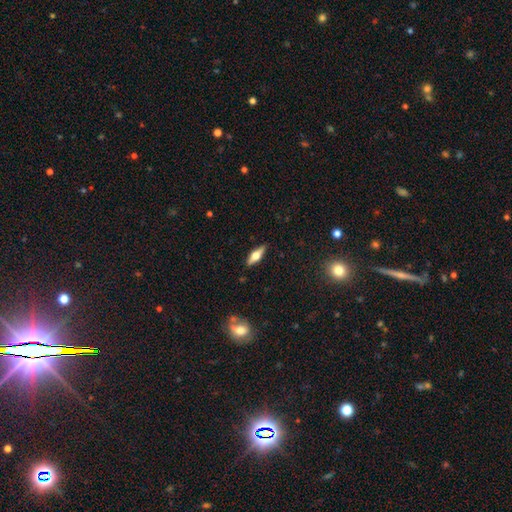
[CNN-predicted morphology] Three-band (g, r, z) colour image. It shows a featured or disk galaxy (55%) viewed edge-on (93%) with a rounded central bulge (94%). Merging: none (88%).